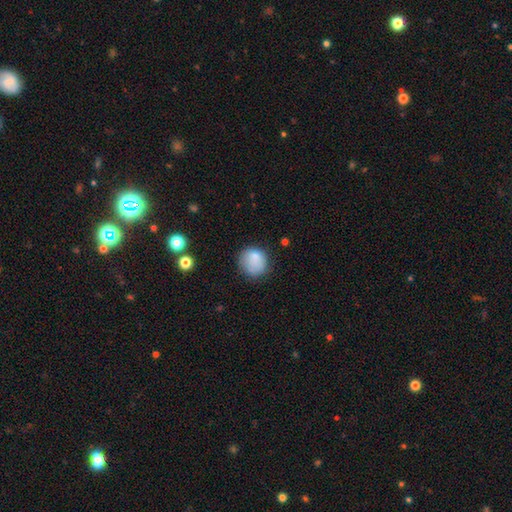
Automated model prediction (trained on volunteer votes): The model was most divided on "merging": none: 69%, minor disturbance: 22%, major disturbance: 7%, merger: 3%. More confident: how rounded — round (83%); smooth or featured — smooth (81%).